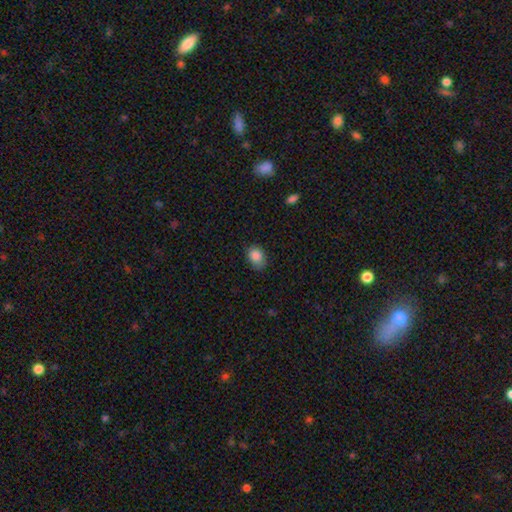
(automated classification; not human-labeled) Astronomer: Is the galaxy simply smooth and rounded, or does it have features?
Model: smooth — 86%.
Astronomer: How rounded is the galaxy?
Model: in between — 72%.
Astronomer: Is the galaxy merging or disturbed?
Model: none — 74%.